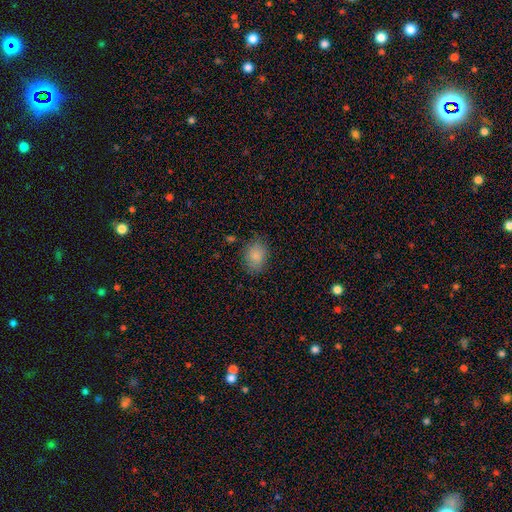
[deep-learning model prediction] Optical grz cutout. It shows a smooth galaxy with no disk features (85%) that is in between round and cigar-shaped (62%). Merging: none (79%).